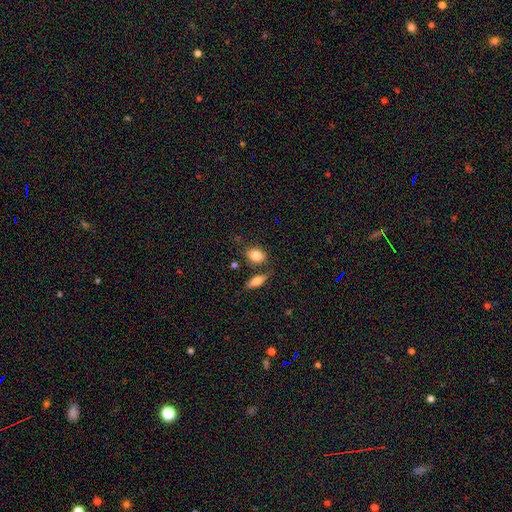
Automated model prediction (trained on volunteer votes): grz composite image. It shows a smooth galaxy with no disk features (81%) that is in between round and cigar-shaped (70%). Merging: none (71%).